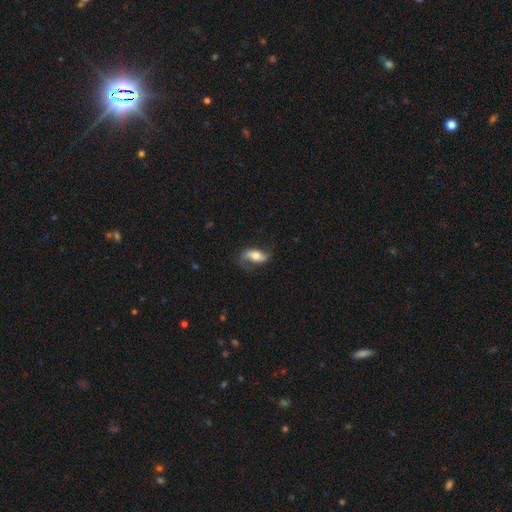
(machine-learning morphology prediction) type=featured or disk (61%); edge-on=no (90%); bar=no (45%); spiral arms=yes (87%); bulge=moderate (59%); merging=none (63%).